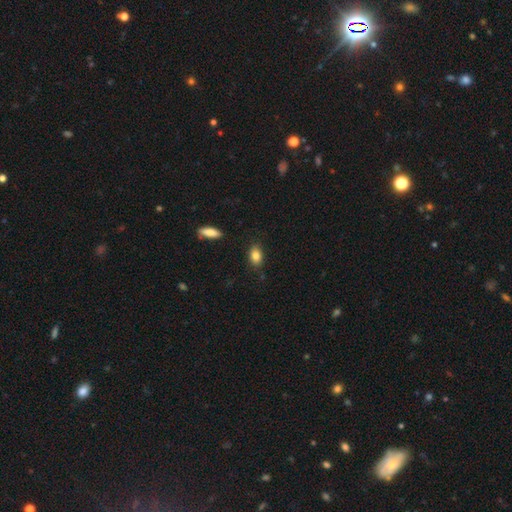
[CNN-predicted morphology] smooth-or-featured: smooth: 83% | star or artifact: 8% | featured or disk: 8%
  how-rounded: in between: 84% | round: 13% | cigar-shaped: 3%
  merging: none: 83% | minor disturbance: 13% | major disturbance: 3% | merger: 2%